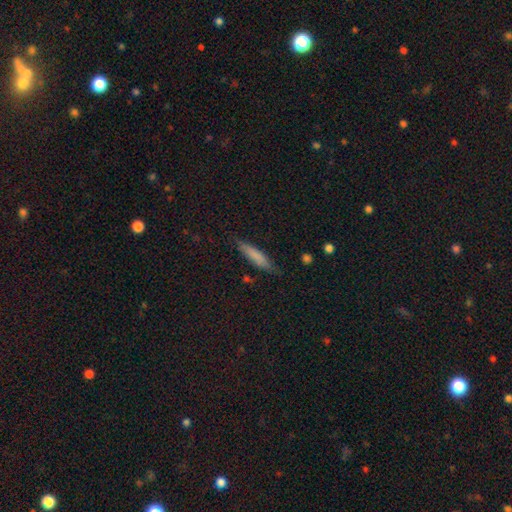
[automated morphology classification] This is likely a smooth galaxy (77%). How rounded: clearly cigar-shaped (84%). Merging: likely none (79%).